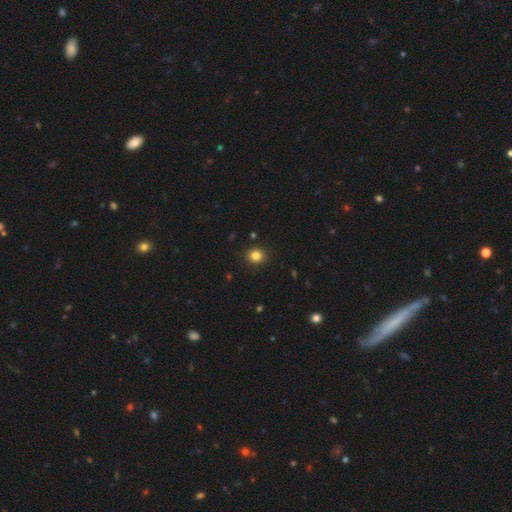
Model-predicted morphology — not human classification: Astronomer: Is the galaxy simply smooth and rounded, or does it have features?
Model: smooth — 83%.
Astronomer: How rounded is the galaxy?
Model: round — 83%.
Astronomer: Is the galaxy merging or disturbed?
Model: none — 91%.